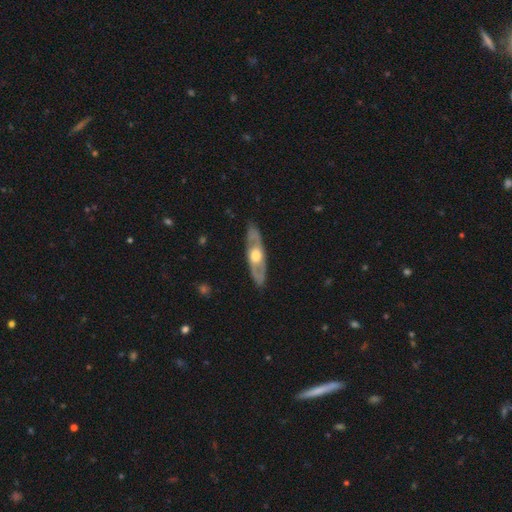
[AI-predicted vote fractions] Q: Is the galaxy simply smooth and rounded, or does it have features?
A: featured or disk — 67%.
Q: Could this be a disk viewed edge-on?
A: no — 54%.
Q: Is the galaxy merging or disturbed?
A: none — 86%.